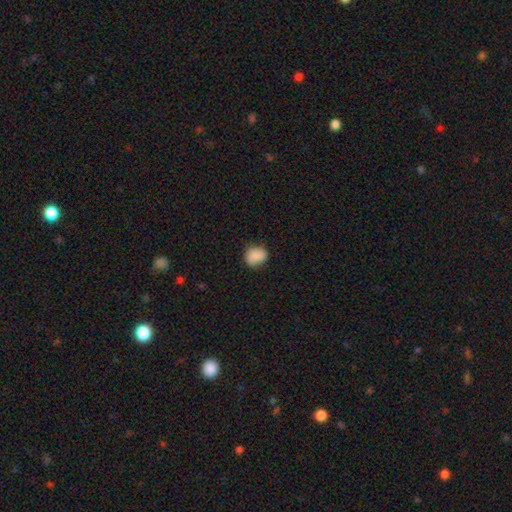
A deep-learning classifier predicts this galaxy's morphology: Smooth or featured?
  - smooth: 85% *
  - star or artifact: 9%
  - featured or disk: 6%
How rounded?
  - round: 65% *
  - in between: 34%
  - cigar-shaped: 1%
Merging?
  - none: 73% *
  - minor disturbance: 21%
  - major disturbance: 5%
  - merger: 1%